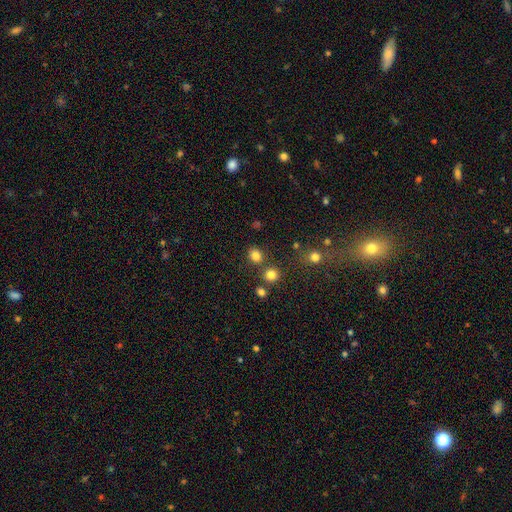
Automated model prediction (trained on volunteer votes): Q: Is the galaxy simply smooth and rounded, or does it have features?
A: smooth — 80%.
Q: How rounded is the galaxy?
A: round — 78%.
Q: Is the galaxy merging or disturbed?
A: none — 78%.